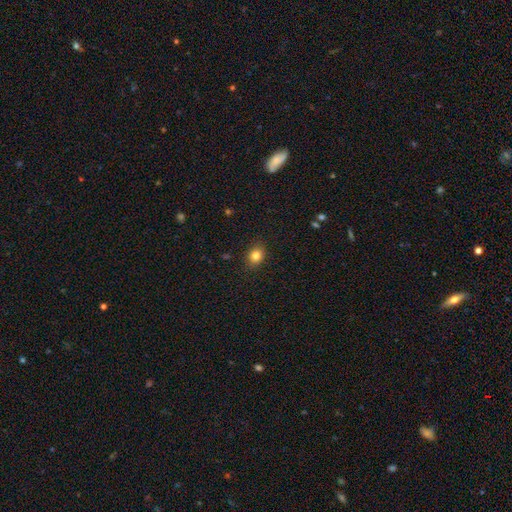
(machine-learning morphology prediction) A smooth galaxy with no disk features (83%) that is round (50%).

Vote fractions:
- Smooth or featured? smooth: 83% / star or artifact: 11% / featured or disk: 6%
- How rounded? round: 50% / in between: 49% / cigar-shaped: 1%
- Merging? none: 88% / minor disturbance: 9% / major disturbance: 2% / merger: 1%